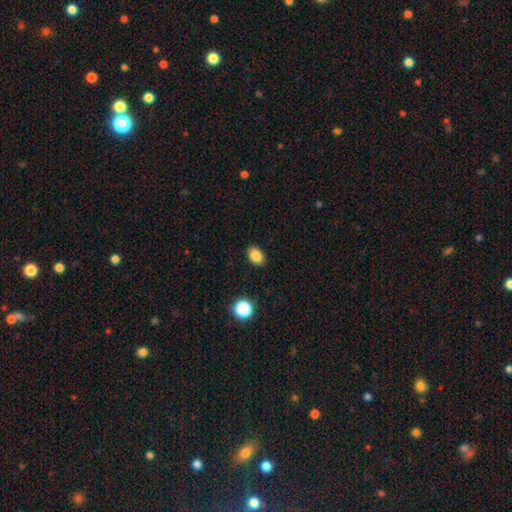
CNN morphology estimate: Overall: smooth (85%). How rounded: in between (79%). Merging: none (88%).